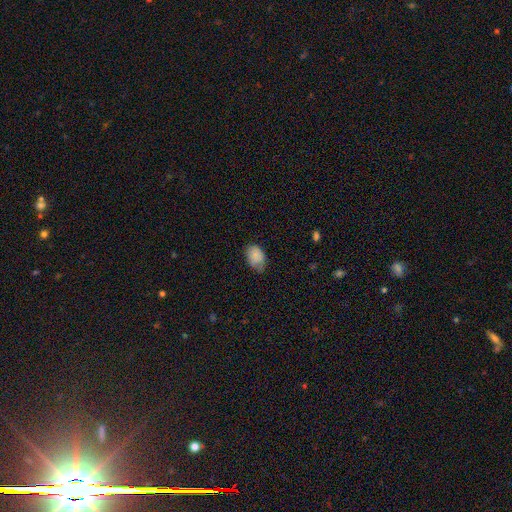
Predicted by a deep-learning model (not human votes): Smooth or featured? smooth (85%)
How rounded? in between (79%)
Merging? none (57%)